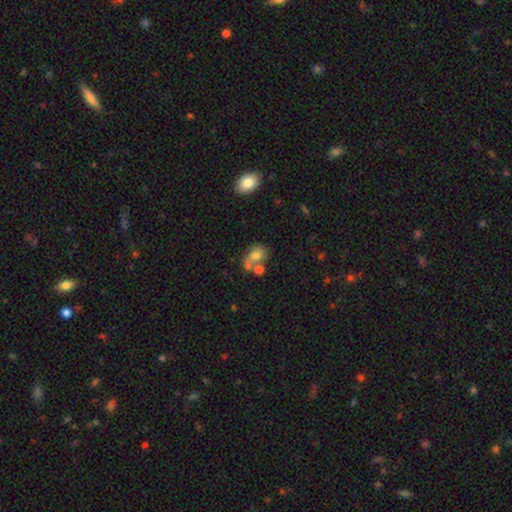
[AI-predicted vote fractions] smooth-or-featured: smooth: 59% | featured or disk: 30% | star or artifact: 11%
  how-rounded: in between: 65% | round: 34% | cigar-shaped: 1%
  merging: merger: 42% | none: 31% | minor disturbance: 16% | major disturbance: 11%